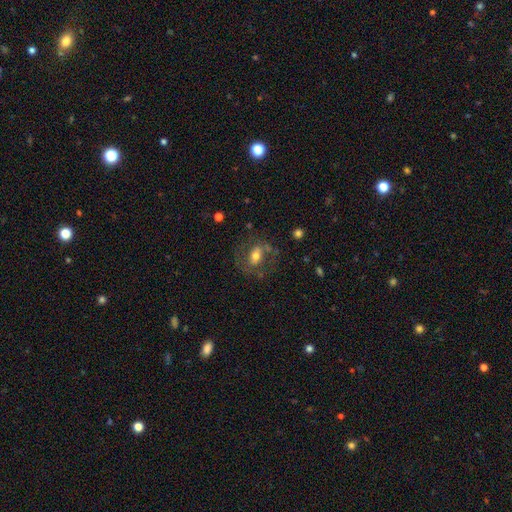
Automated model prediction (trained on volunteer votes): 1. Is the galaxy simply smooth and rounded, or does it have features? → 47% smooth, 44% featured or disk, 9% star or artifact.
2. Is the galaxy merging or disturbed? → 62% none, 19% minor disturbance, 17% major disturbance, 3% merger.